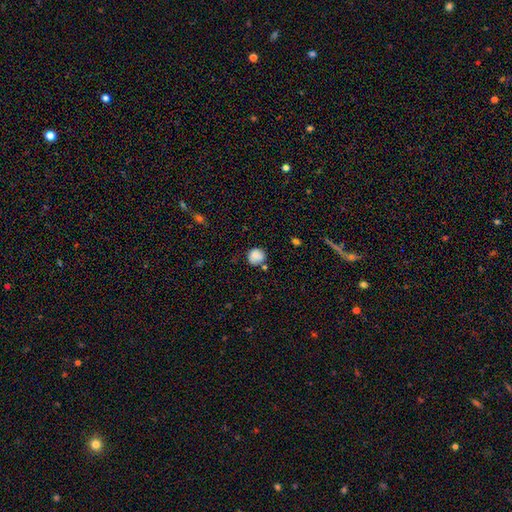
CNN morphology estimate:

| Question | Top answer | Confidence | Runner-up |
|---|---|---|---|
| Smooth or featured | smooth | 84% | star or artifact (9%) |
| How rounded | round | 86% | in between (13%) |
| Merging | none | 66% | minor disturbance (22%) |